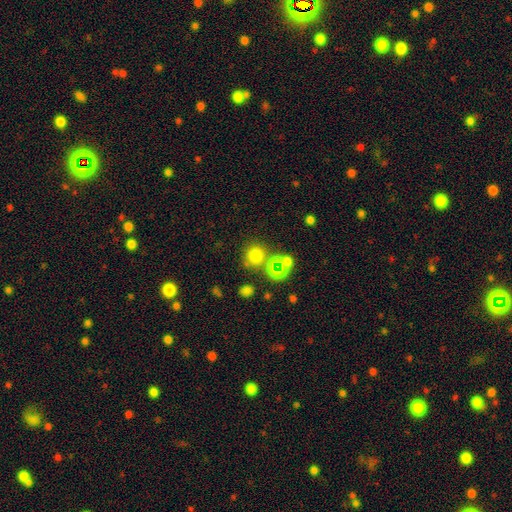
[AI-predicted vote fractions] The model was most divided on "smooth or featured": smooth: 70%, star or artifact: 24%, featured or disk: 6%. More confident: how rounded — round (87%); merging — none (73%).